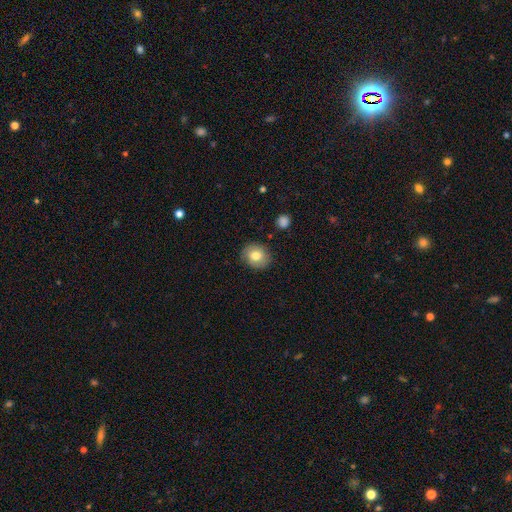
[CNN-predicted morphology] A smooth galaxy with no disk features (76%) that is round (67%).

Vote fractions:
- Smooth or featured? smooth: 76% / featured or disk: 15% / star or artifact: 9%
- How rounded? round: 67% / in between: 32% / cigar-shaped: 1%
- Merging? none: 84% / minor disturbance: 12% / major disturbance: 3% / merger: 2%